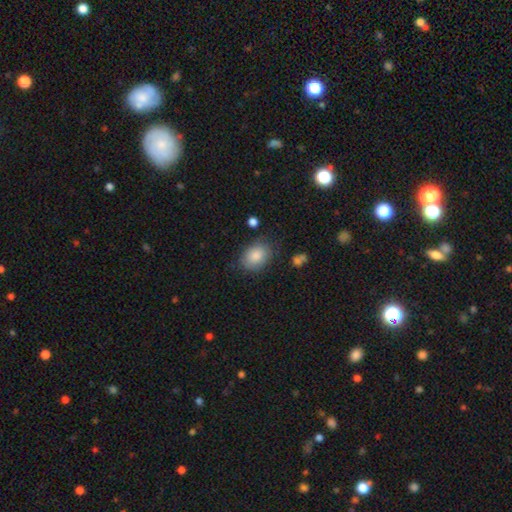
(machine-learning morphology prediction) Overall: smooth (86%). How rounded: in between (72%). Merging: none (74%).